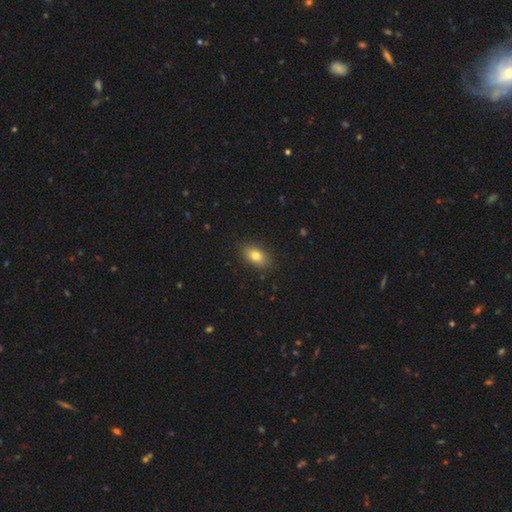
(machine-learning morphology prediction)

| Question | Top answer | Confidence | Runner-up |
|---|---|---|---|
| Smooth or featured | smooth | 80% | featured or disk (10%) |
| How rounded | in between | 85% | round (12%) |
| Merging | none | 86% | minor disturbance (10%) |